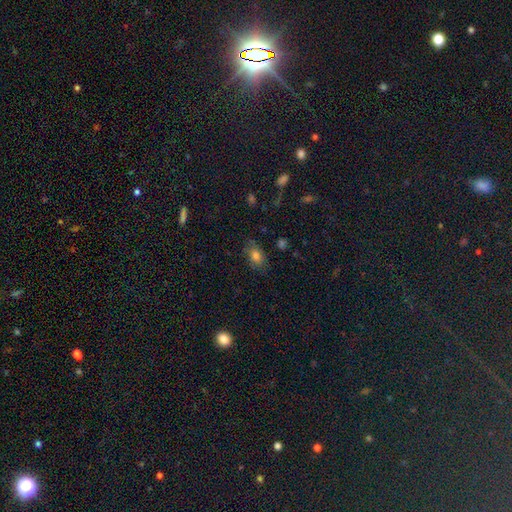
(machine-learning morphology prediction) The model was most divided on "merging": none: 73%, minor disturbance: 20%, major disturbance: 5%, merger: 2%. More confident: how rounded — in between (81%); smooth or featured — smooth (74%).